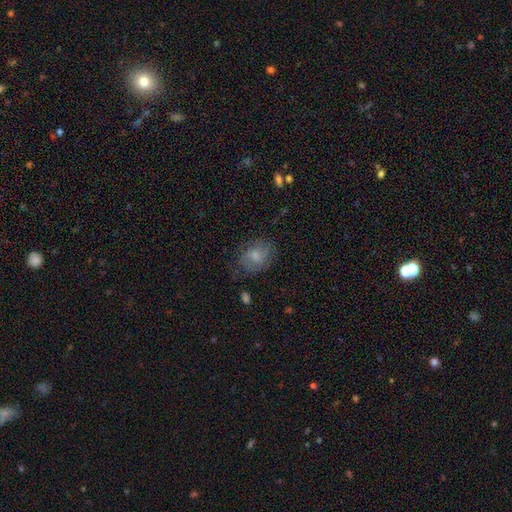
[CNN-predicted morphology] Smooth or featured?
  - smooth: 59% *
  - featured or disk: 32%
  - star or artifact: 9%
How rounded?
  - in between: 59% *
  - round: 39%
  - cigar-shaped: 1%
Merging?
  - none: 67% *
  - minor disturbance: 22%
  - major disturbance: 9%
  - merger: 2%